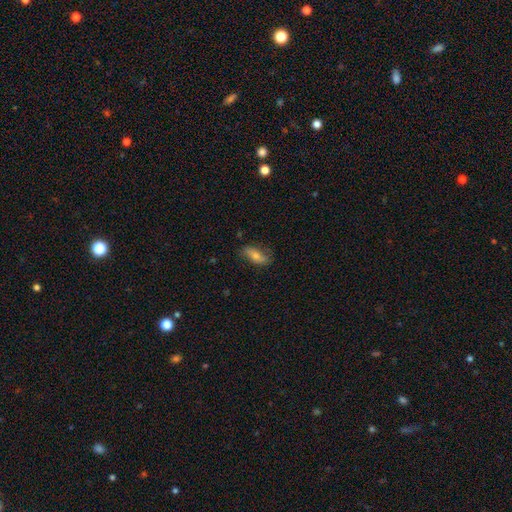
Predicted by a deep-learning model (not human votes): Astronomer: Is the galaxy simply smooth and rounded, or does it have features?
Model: smooth — 48% (runner-up: featured or disk, 42%).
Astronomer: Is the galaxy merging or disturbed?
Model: none — 77%.